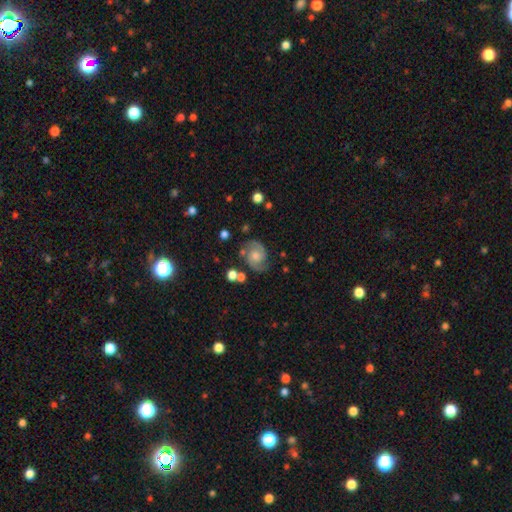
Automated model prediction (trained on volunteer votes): smooth-or-featured: featured or disk: 82% | smooth: 11% | star or artifact: 7%
  disk-edge-on: no: 98% | yes: 2%
    bar: no: 67% | weak: 28% | strong: 5%
    has-spiral-arms: yes: 97% | no: 3%
      spiral-winding: medium: 54% | tight: 31% | loose: 14%
      spiral-arm-count: 2: 92% | can't tell: 3% | 3: 1% | 1: 1% | 4: 1% | more than 4: 1%
    bulge-size: moderate: 51% | small: 29% | large: 10% | none: 8% | dominant: 2%
  merging: none: 76% | minor disturbance: 15% | major disturbance: 5% | merger: 4%